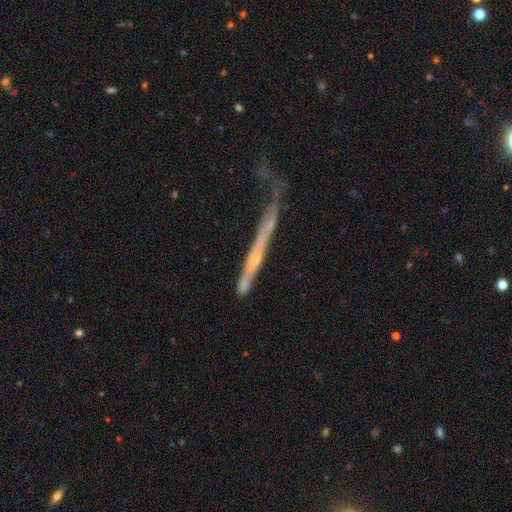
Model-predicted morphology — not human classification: Smooth or featured? Predicted: featured or disk (p=0.70). Edge-on disk? Predicted: yes (p=0.88). Edge-on bulge? Predicted: none (p=0.51). Merging? Predicted: none (p=0.41).